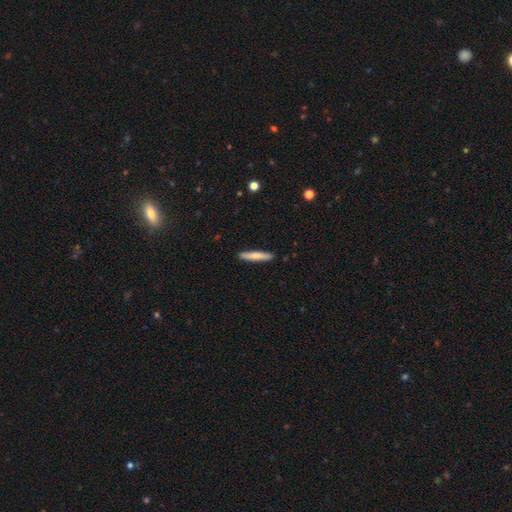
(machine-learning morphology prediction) The model was most divided on "smooth or featured": smooth: 75%, featured or disk: 20%, star or artifact: 5%. More confident: how rounded — cigar-shaped (91%); merging — none (91%).